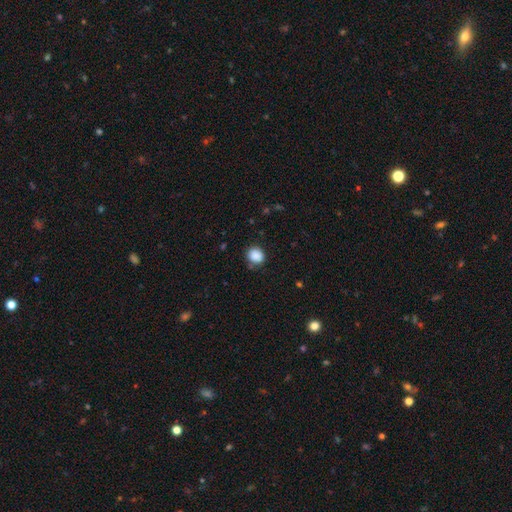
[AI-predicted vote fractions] This is clearly a smooth galaxy (87%). How rounded: likely round (78%). Merging: likely none (80%).